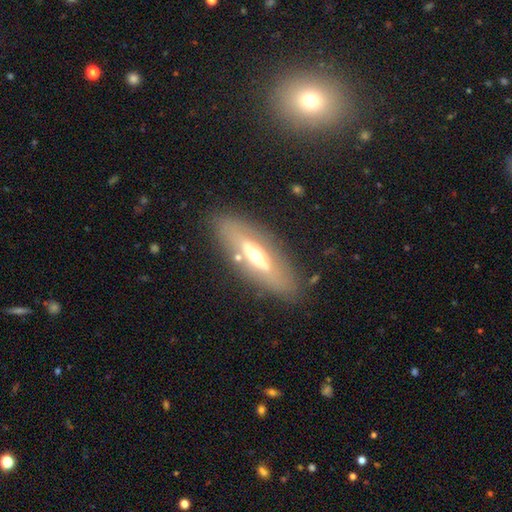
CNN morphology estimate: featured or disk 58%, smooth 35%, star or artifact 7%. Down the decision tree: edge-on disk — no (57%); merging — none (79%).